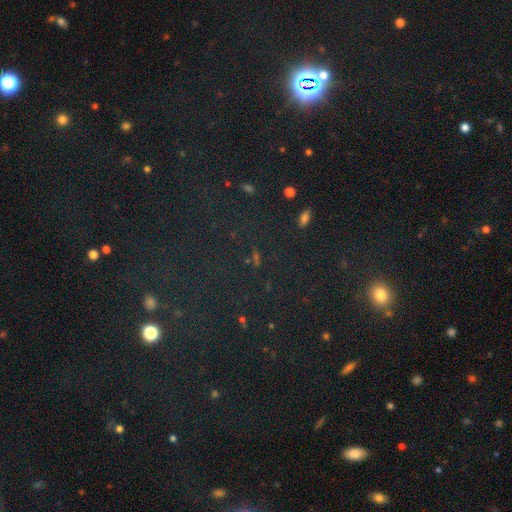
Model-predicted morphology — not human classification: star or artifact 69%, smooth 22%, featured or disk 8%.